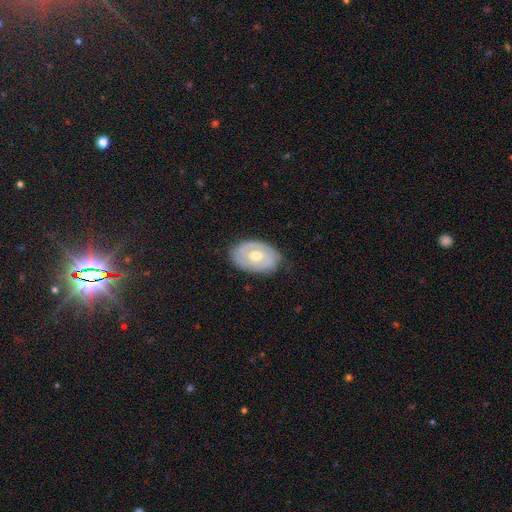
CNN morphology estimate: smooth-or-featured: featured or disk: 54% | smooth: 41% | star or artifact: 6%
  disk-edge-on: no: 92% | yes: 8%
  merging: none: 77% | minor disturbance: 18% | major disturbance: 4% | merger: 1%